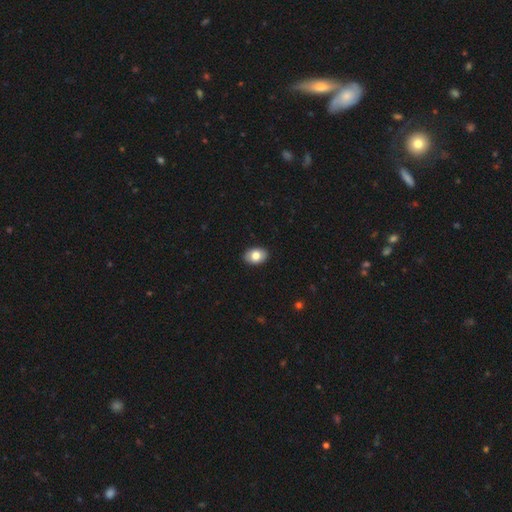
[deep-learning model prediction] Smooth or featured? smooth (81%)
How rounded? in between (82%)
Merging? none (91%)